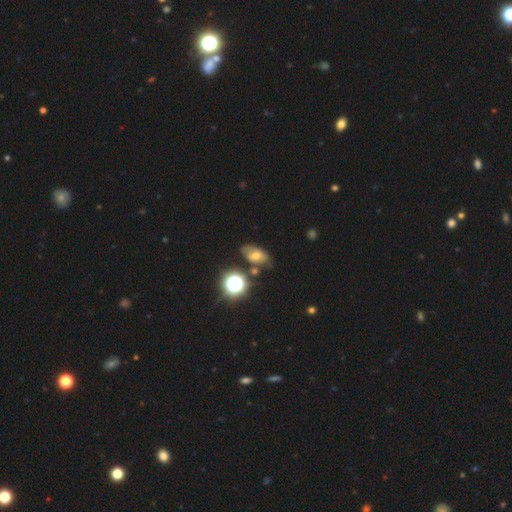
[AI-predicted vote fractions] Smooth or featured? smooth (43%)
Merging? none (65%)